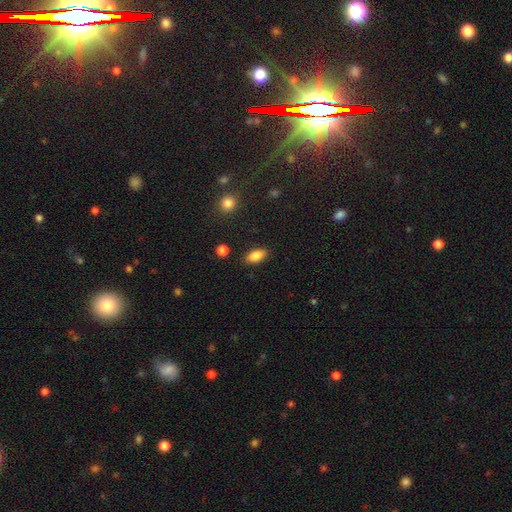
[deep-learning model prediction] Overall: smooth (86%). How rounded: in between (90%). Merging: none (86%).